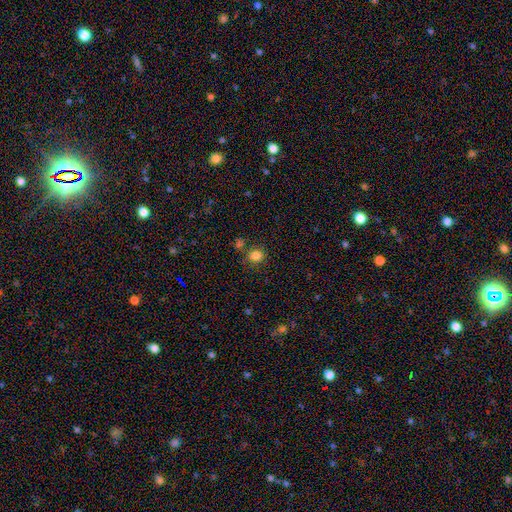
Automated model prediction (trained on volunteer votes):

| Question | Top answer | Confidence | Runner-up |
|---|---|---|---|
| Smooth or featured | smooth | 82% | star or artifact (13%) |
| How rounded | round | 70% | in between (29%) |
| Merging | none | 75% | minor disturbance (11%) |